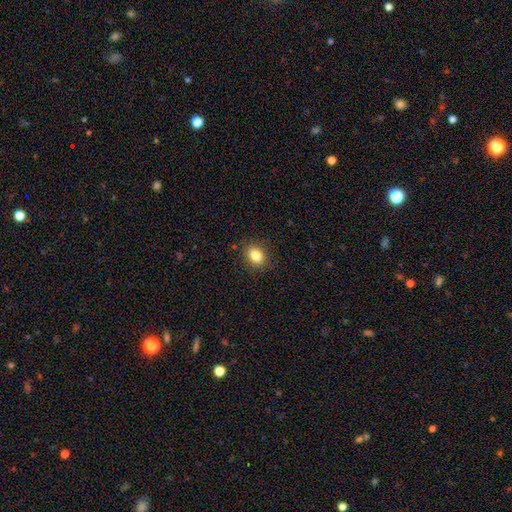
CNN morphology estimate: Smooth or featured? smooth (84%)
How rounded? in between (58%)
Merging? none (87%)